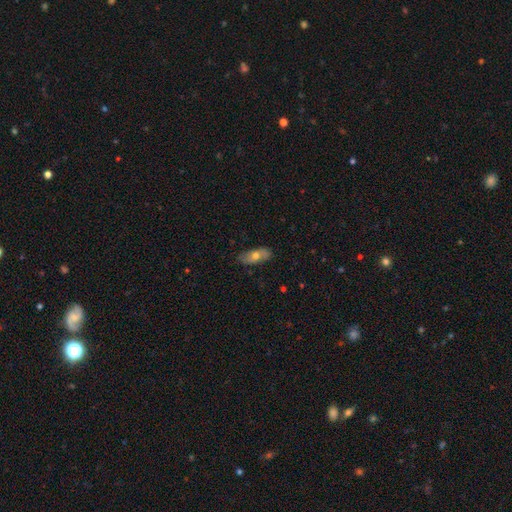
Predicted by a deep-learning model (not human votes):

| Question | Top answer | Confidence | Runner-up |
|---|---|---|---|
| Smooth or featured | smooth | 60% | featured or disk (34%) |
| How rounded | in between | 80% | cigar-shaped (16%) |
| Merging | none | 80% | minor disturbance (16%) |